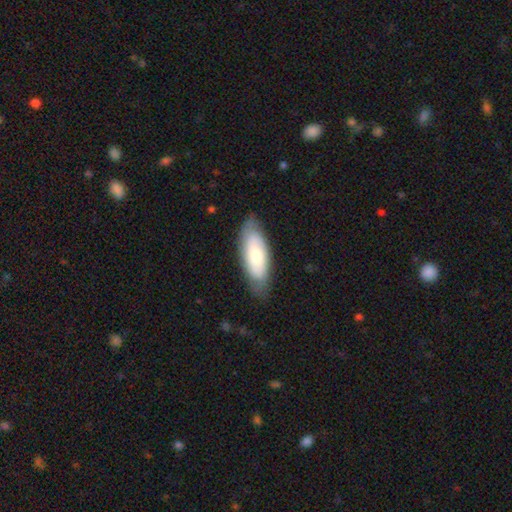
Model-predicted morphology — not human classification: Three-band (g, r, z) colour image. It shows a smooth galaxy with no disk features (63%) that is in between round and cigar-shaped (77%). Merging: none (74%).